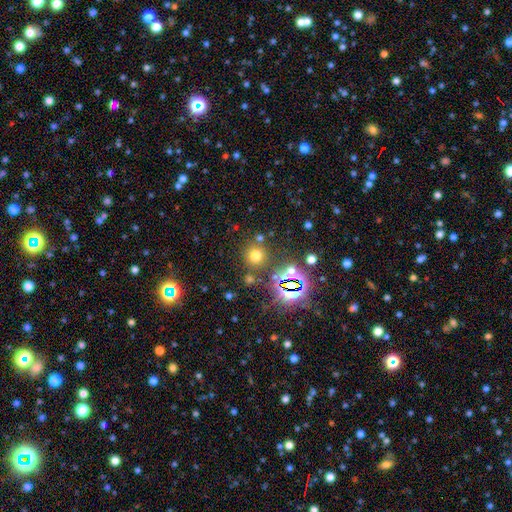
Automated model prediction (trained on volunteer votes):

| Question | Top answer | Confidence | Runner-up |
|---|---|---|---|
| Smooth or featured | smooth | 61% | star or artifact (31%) |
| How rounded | round | 91% | in between (8%) |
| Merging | none | 79% | minor disturbance (9%) |